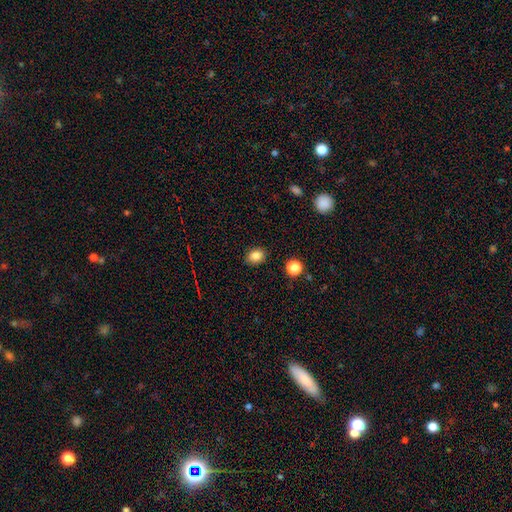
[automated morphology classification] smooth_or_featured: smooth (p=0.84) [alt: star or artifact p=0.11]
how_rounded: in between (p=0.50) [alt: round p=0.49]
merging: none (p=0.87) [alt: minor disturbance p=0.09]